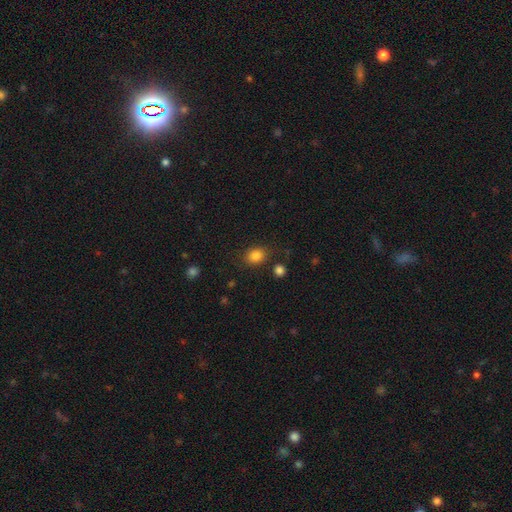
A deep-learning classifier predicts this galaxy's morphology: smooth 84%, star or artifact 11%, featured or disk 6%. Down the decision tree: how rounded — round (50%); merging — none (81%).